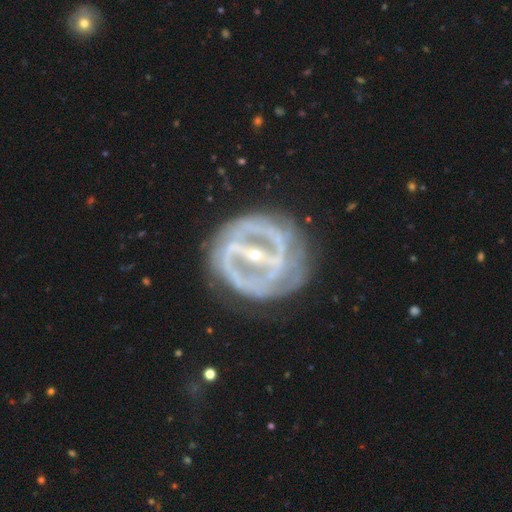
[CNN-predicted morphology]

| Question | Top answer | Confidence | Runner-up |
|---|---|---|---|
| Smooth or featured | featured or disk | 88% | smooth (6%) |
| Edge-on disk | no | 92% | yes (8%) |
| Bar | strong | 82% | weak (12%) |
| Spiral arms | yes | 69% | no (31%) |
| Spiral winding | tight | 54% | medium (33%) |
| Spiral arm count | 2 | 49% | can't tell (29%) |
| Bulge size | small | 75% | moderate (21%) |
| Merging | none | 70% | minor disturbance (16%) |